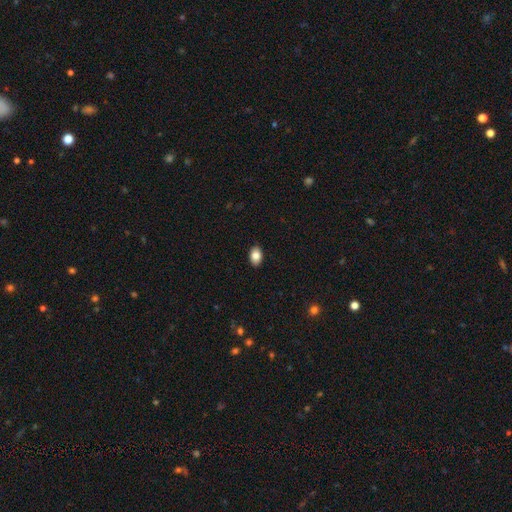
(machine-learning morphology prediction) smooth_or_featured: smooth (p=0.85) [alt: featured or disk p=0.08]
how_rounded: in between (p=0.87) [alt: round p=0.11]
merging: none (p=0.90) [alt: minor disturbance p=0.07]